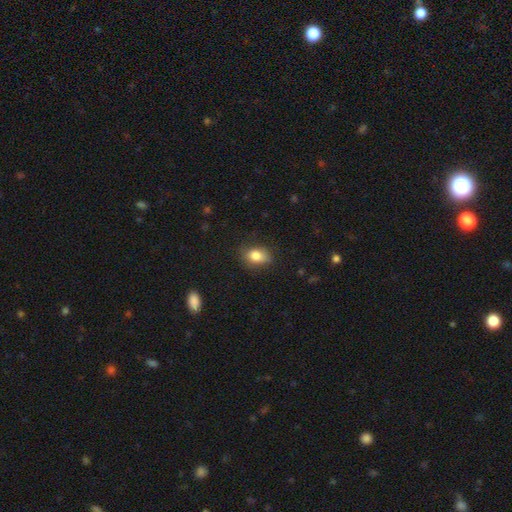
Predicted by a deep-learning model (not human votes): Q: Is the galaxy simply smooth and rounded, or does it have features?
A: smooth — 82%.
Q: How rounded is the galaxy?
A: in between — 68%.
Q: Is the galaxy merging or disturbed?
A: none — 74%.